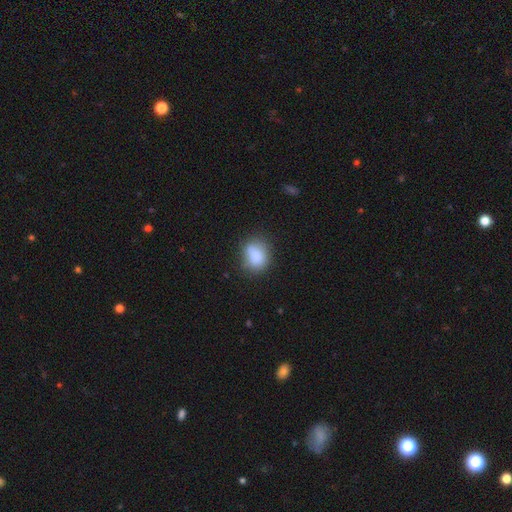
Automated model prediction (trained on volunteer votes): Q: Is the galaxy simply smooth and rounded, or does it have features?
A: smooth — 81%.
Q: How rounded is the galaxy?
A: in between — 53%.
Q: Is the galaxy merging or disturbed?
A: none — 60%.